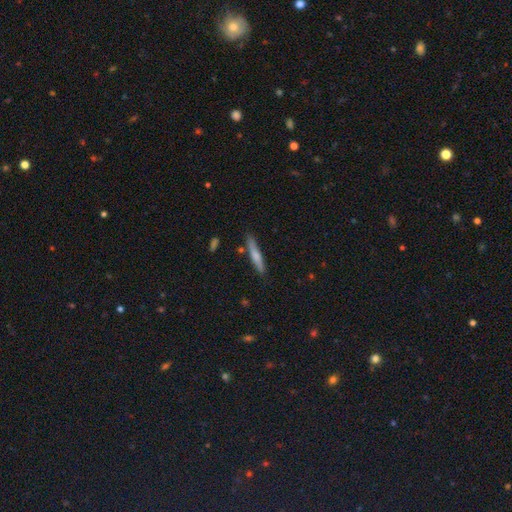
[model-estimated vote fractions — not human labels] Morphology: type=smooth (64%); roundness=cigar-shaped (91%); merging=none (82%).